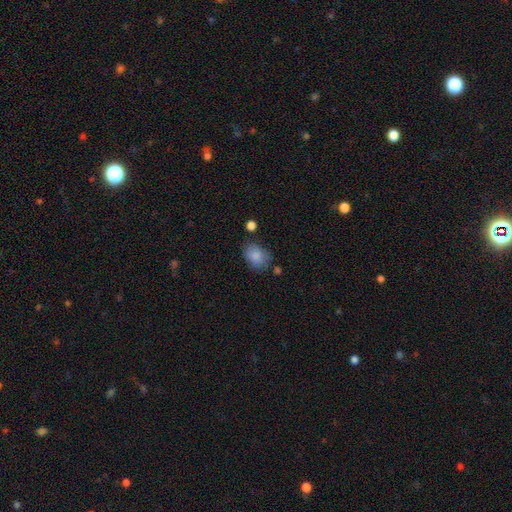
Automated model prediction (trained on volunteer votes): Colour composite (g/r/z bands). It shows a smooth galaxy with no disk features (84%) that is in between round and cigar-shaped (68%). Merging: none (63%).